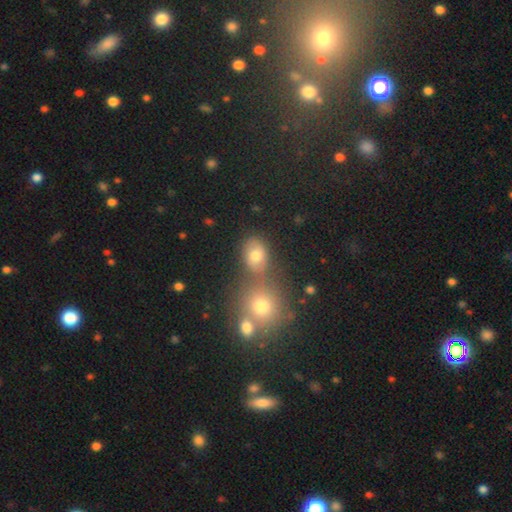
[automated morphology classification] Overall: smooth (71%). How rounded: in between (56%; round 42%). Merging: none (54%; merger 29%).